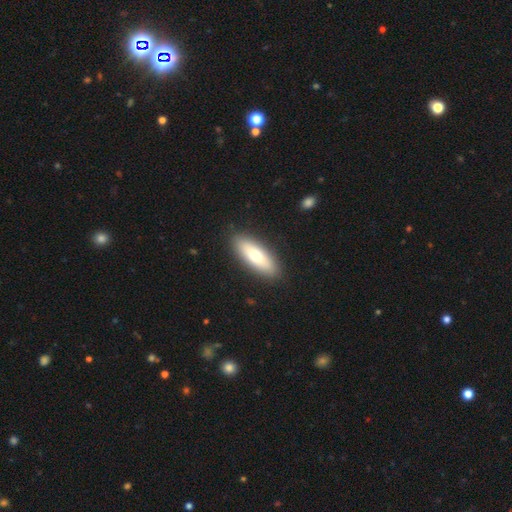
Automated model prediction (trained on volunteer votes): A smooth galaxy with no disk features (68%) that is in between round and cigar-shaped (63%). Merging: none (89%).